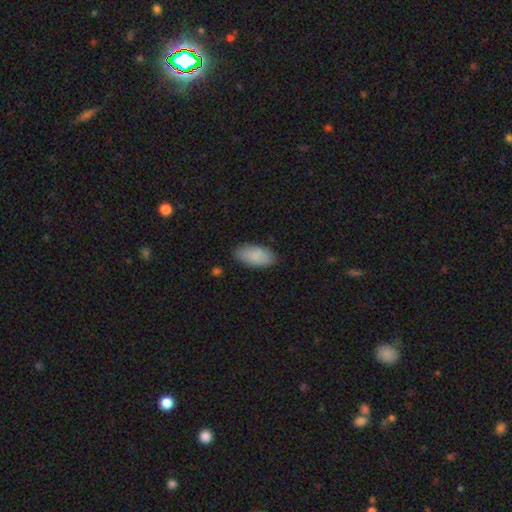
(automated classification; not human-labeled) This appears to be a smooth galaxy with no disk features (86%) that is in between round and cigar-shaped (94%). Merging: none (83%).